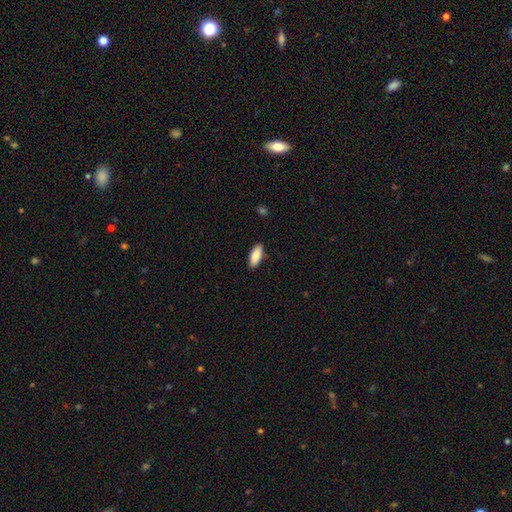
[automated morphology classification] type=smooth (87%); roundness=in between (80%); merging=none (89%).